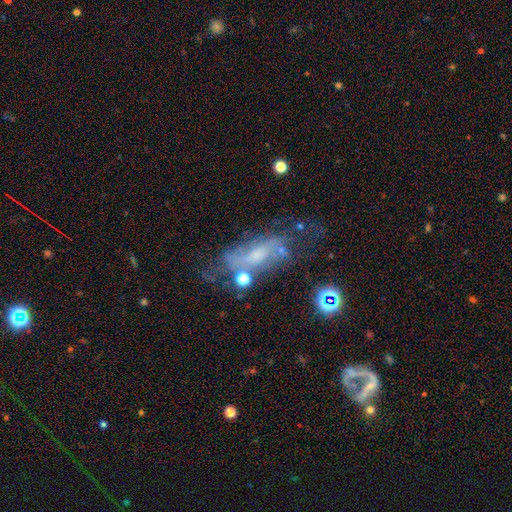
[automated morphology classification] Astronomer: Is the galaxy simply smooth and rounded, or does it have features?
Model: featured or disk — 62%.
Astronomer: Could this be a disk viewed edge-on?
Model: no — 83%.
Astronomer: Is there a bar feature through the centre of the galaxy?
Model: no — 54% (runner-up: weak, 35%).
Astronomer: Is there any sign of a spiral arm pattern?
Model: yes — 67%.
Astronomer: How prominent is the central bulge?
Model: small — 37% (runner-up: moderate, 35%).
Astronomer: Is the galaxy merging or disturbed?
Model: none — 47% (runner-up: minor disturbance, 22%).